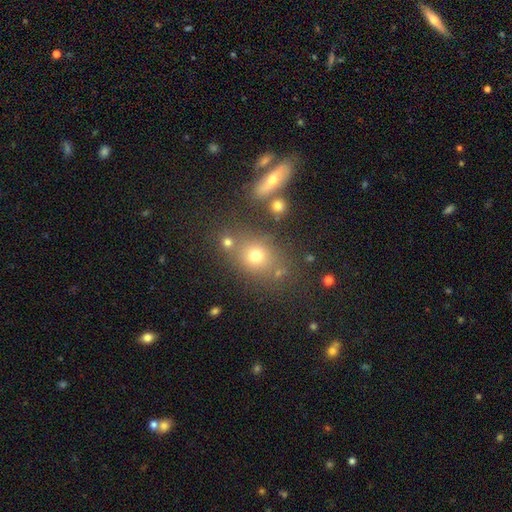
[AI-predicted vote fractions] The model was most divided on "how rounded": round: 56%, in between: 42%, cigar-shaped: 2%. More confident: smooth or featured — smooth (70%); merging — none (67%).